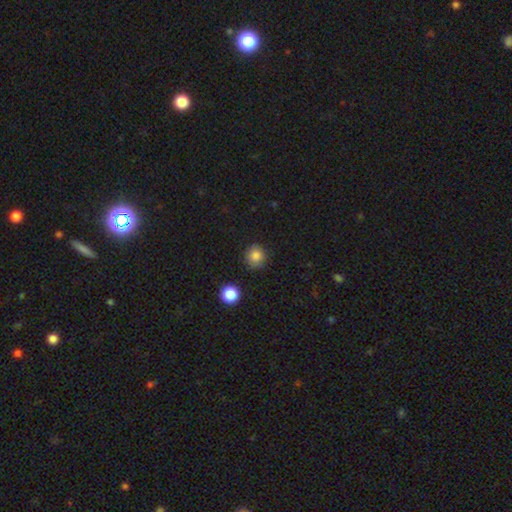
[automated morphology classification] This appears to be a smooth galaxy with no disk features (84%) that is round (90%). Merging: none (86%).